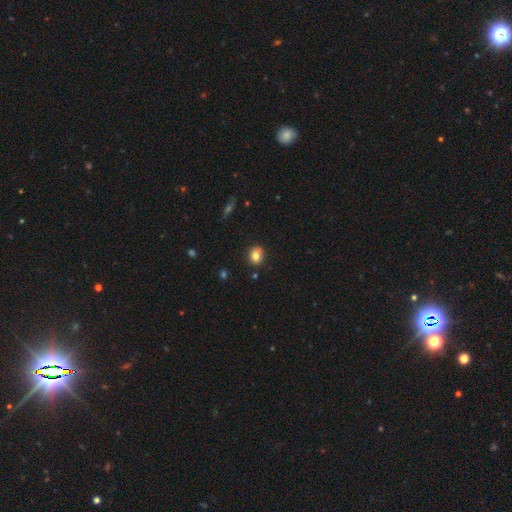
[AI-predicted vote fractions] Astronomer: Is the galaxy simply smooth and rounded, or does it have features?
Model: smooth — 79%.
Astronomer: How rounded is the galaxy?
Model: round — 62% (runner-up: in between, 37%).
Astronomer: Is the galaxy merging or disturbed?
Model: none — 75%.